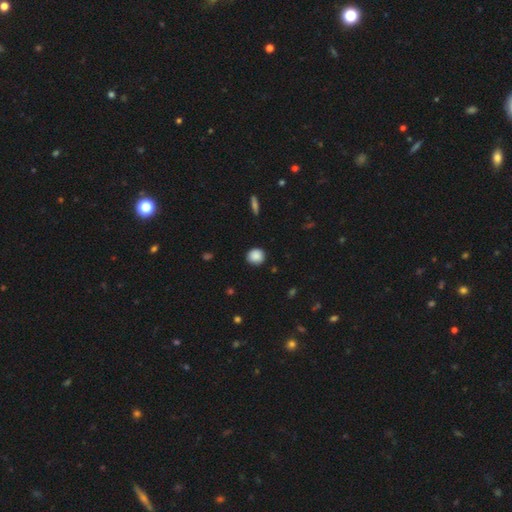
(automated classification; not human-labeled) This is clearly a smooth galaxy (88%). How rounded: clearly round (90%). Merging: clearly none (89%).